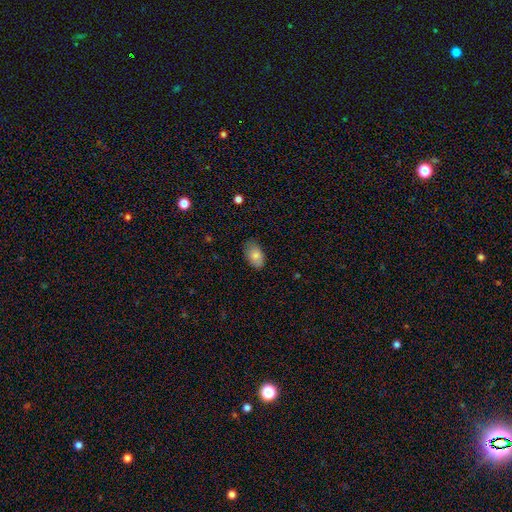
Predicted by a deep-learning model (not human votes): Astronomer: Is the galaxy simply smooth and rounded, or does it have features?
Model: smooth — 83%.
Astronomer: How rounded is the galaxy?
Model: in between — 91%.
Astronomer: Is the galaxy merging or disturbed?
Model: none — 77%.